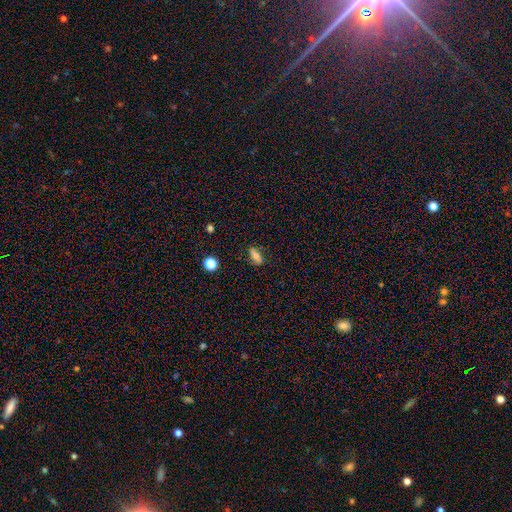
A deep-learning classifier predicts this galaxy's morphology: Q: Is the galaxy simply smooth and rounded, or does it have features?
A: smooth — 65%.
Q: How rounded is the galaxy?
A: in between — 75%.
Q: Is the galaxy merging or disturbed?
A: none — 79%.